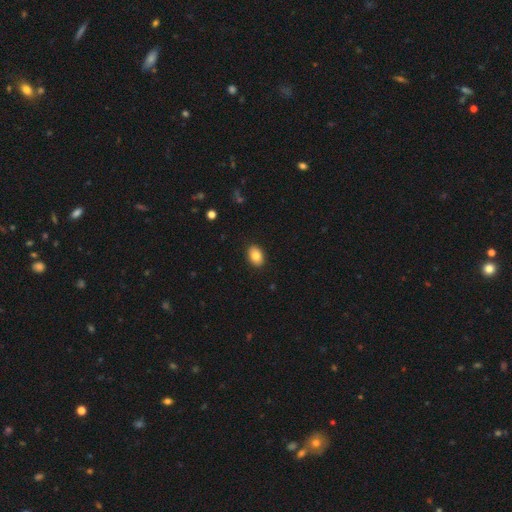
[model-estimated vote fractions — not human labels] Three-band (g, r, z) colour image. It shows a smooth galaxy with no disk features (84%) that is in between round and cigar-shaped (84%). Merging: none (90%).